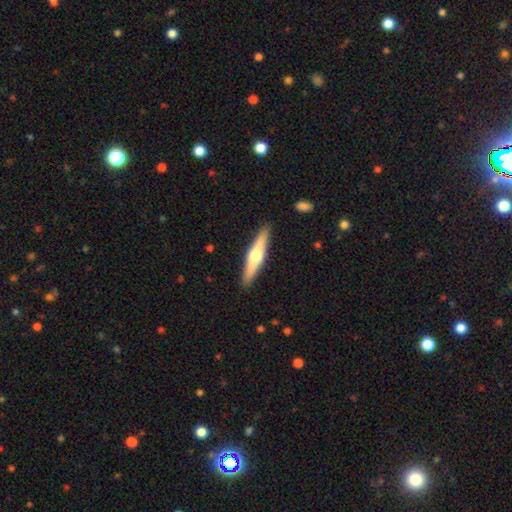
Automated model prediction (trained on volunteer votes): This is possibly a featured or disk galaxy (59%). It is clearly viewed edge-on (97%). Edge-on bulge: clearly rounded (91%). Merging: clearly none (91%).